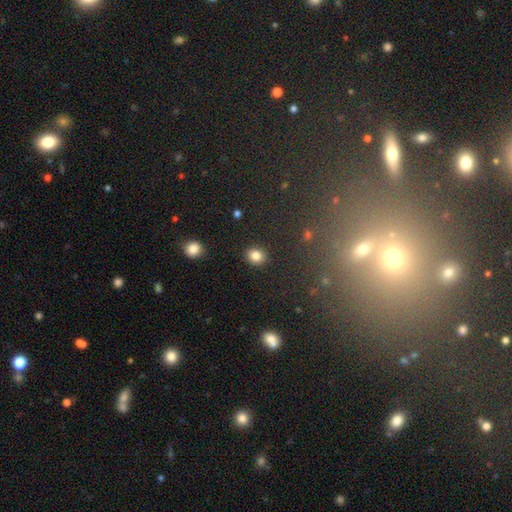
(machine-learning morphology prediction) Overall: smooth (84%). How rounded: round (75%). Merging: none (90%).